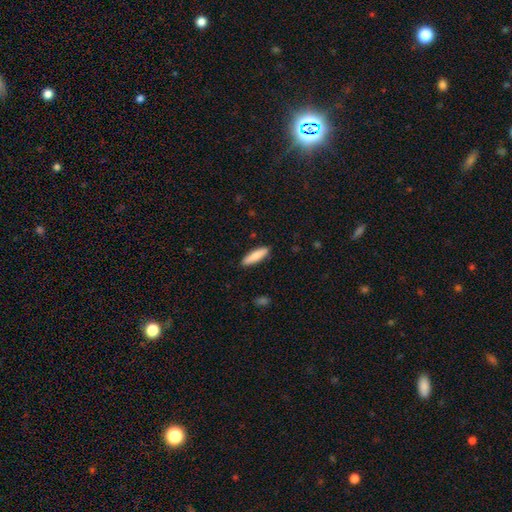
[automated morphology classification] smooth 82%, featured or disk 13%, star or artifact 5%. Down the decision tree: how rounded — cigar-shaped (65%); merging — none (90%).